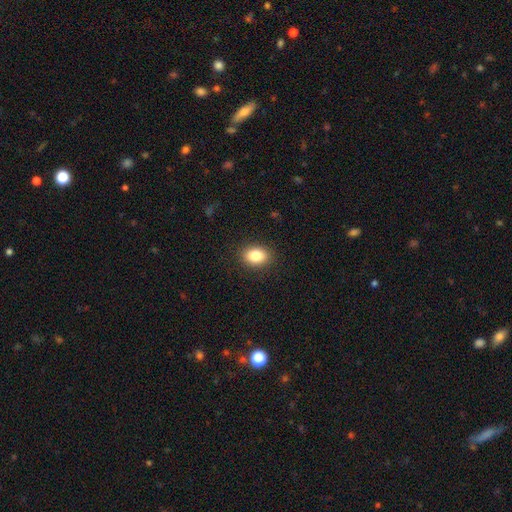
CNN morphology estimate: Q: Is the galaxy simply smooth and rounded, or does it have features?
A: smooth — 85%.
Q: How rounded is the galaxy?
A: in between — 71%.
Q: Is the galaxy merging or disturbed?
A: none — 89%.